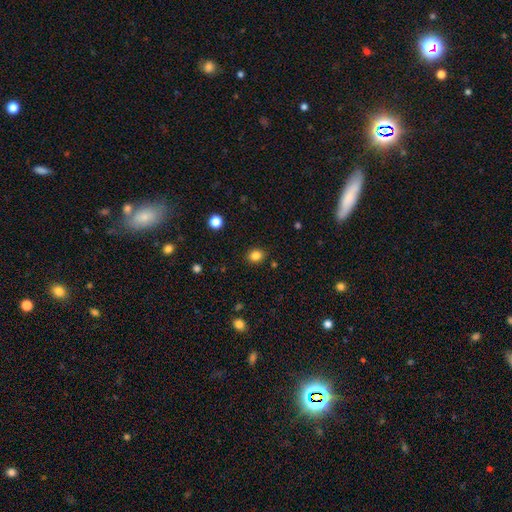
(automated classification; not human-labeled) This is clearly a smooth galaxy (84%). How rounded: likely round (63%). Merging: clearly none (88%).